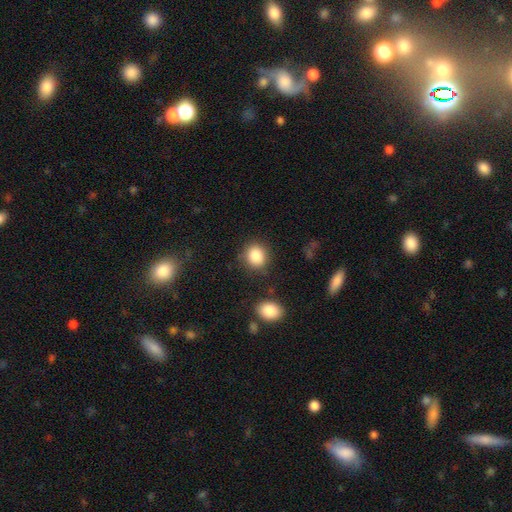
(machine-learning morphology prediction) smooth_or_featured: smooth (p=0.86) [alt: star or artifact p=0.09]
how_rounded: round (p=0.76) [alt: in between p=0.23]
merging: none (p=0.82) [alt: minor disturbance p=0.11]